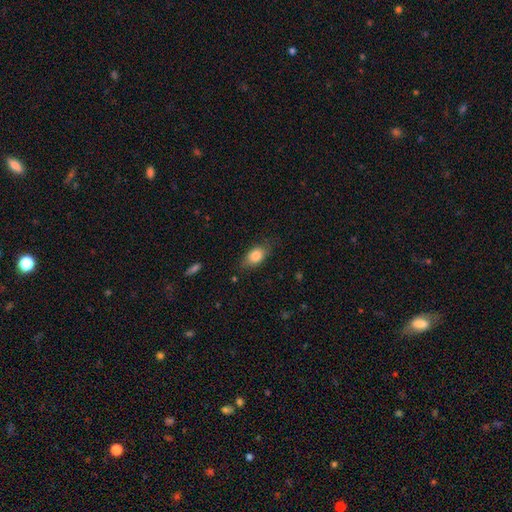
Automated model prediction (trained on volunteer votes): Q: Smooth or featured?
A: smooth (82%); runner-up: featured or disk (11%)
Q: How rounded?
A: in between (81%); runner-up: round (14%)
Q: Merging?
A: none (72%); runner-up: minor disturbance (21%)